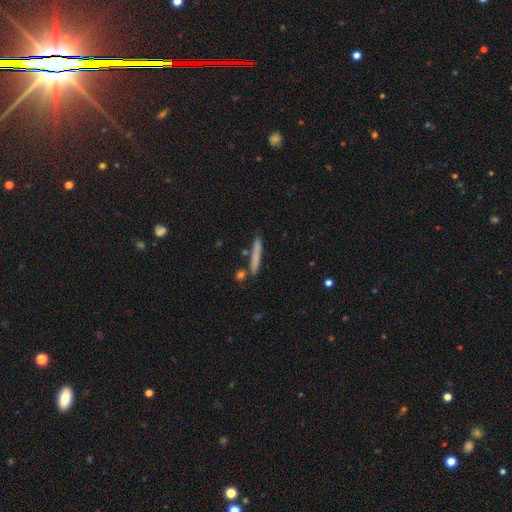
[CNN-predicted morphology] Overall: smooth (70%). How rounded: cigar-shaped (95%). Merging: none (82%).